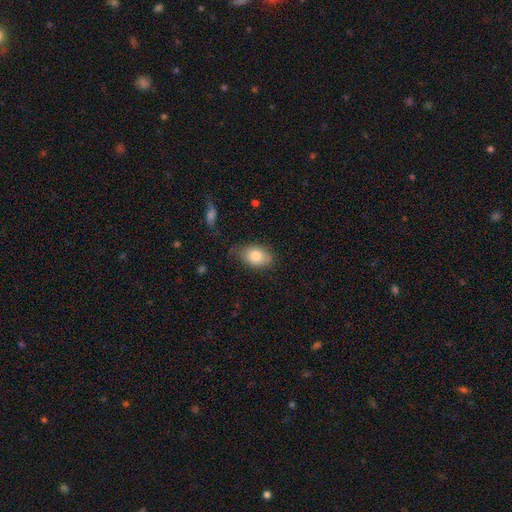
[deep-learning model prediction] A smooth galaxy with no disk features (80%) that is in between round and cigar-shaped (79%). Merging: none (69%).